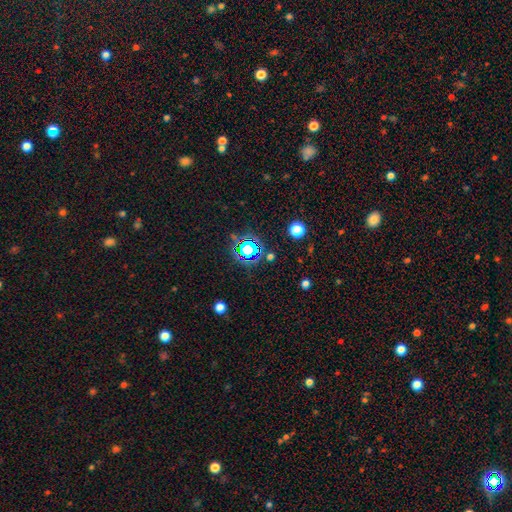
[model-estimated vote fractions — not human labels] Overall: star or artifact (66%).